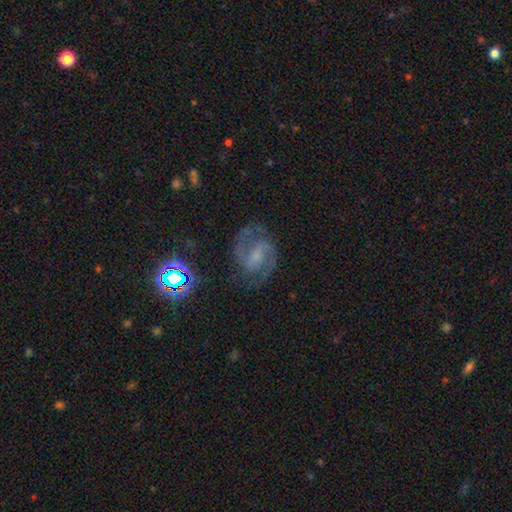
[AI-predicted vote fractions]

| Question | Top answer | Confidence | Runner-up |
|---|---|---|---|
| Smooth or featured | featured or disk | 84% | star or artifact (9%) |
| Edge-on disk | no | 98% | yes (2%) |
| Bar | weak | 52% | strong (27%) |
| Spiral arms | yes | 97% | no (3%) |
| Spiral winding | medium | 60% | tight (27%) |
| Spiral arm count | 2 | 90% | can't tell (4%) |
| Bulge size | small | 38% | none (28%) |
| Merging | none | 77% | minor disturbance (14%) |